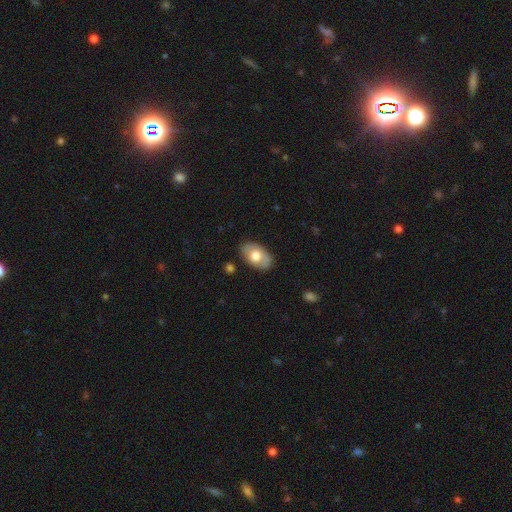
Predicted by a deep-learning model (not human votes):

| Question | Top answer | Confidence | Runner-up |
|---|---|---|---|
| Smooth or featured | smooth | 62% | featured or disk (33%) |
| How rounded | in between | 92% | round (7%) |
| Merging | none | 82% | minor disturbance (14%) |